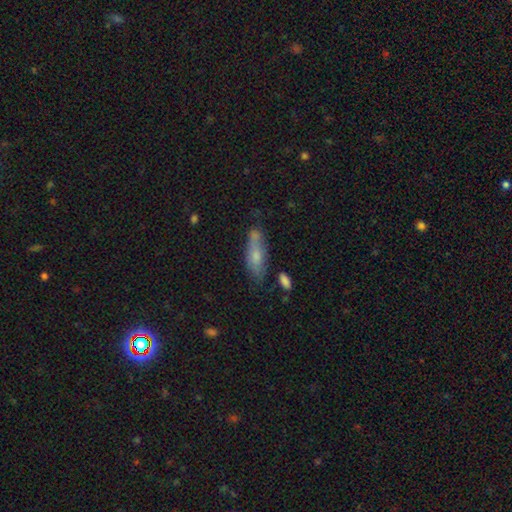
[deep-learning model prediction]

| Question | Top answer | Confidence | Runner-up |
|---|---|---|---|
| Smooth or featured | smooth | 67% | featured or disk (26%) |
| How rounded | in between | 57% | cigar-shaped (40%) |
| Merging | none | 52% | minor disturbance (26%) |